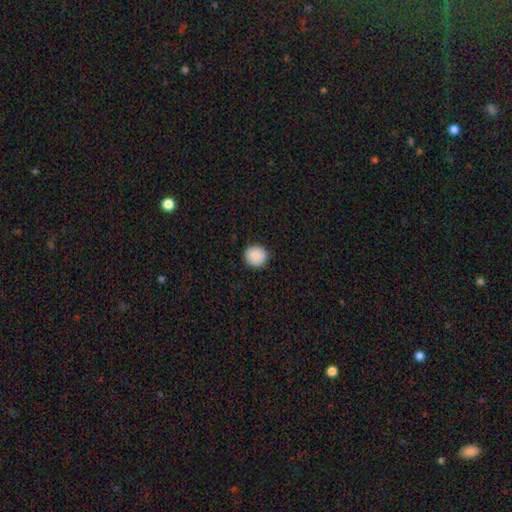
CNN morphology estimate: smooth-or-featured: smooth: 90% | star or artifact: 8% | featured or disk: 2%
  how-rounded: round: 91% | in between: 8% | cigar-shaped: 1%
  merging: none: 92% | minor disturbance: 6% | major disturbance: 2% | merger: 1%